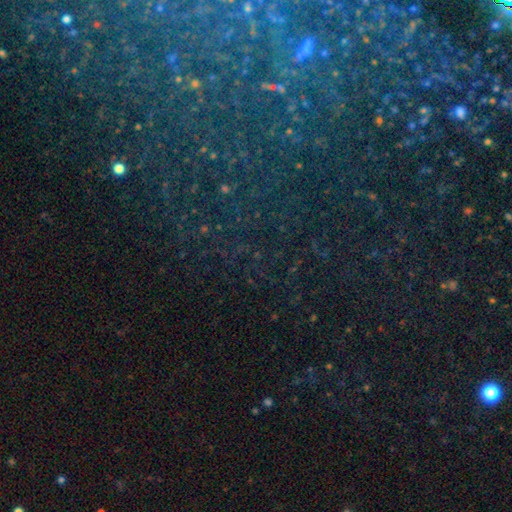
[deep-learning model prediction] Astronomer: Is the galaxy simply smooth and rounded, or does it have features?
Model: star or artifact — 74%.